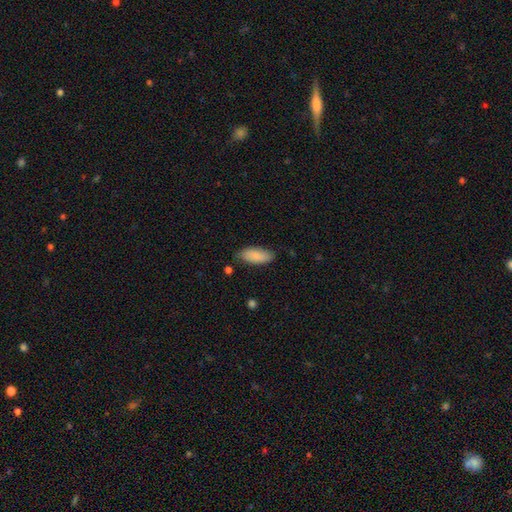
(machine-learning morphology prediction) type=smooth (88%); roundness=in between (85%); merging=none (78%).